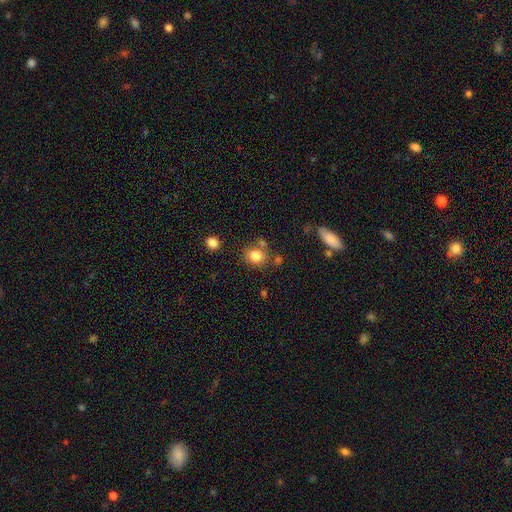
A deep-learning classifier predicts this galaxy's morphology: Overall: smooth (82%). How rounded: round (66%; in between 33%). Merging: none (69%).